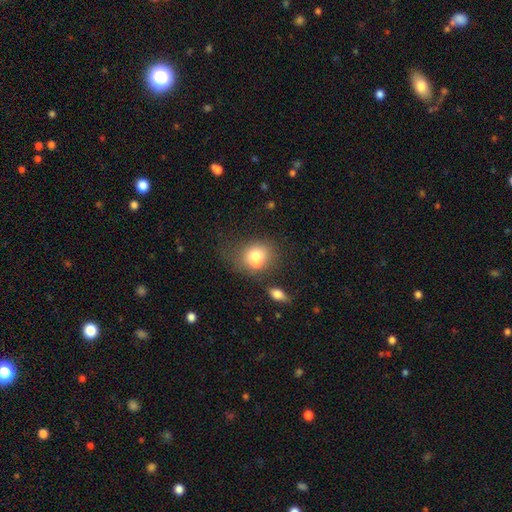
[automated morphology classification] smooth 67%, featured or disk 22%, star or artifact 11%. Down the decision tree: how rounded — round (58%); merging — merger (50%).